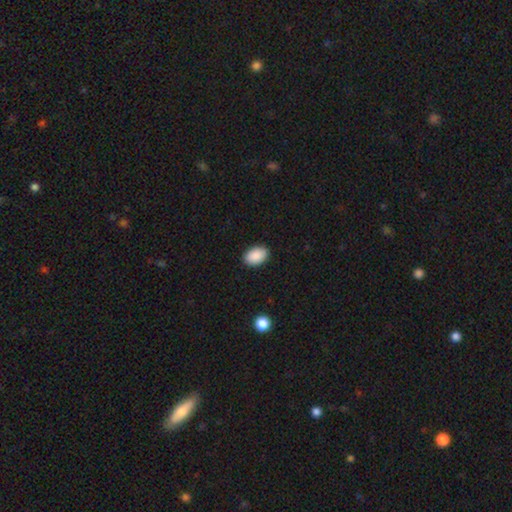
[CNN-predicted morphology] Smooth or featured? smooth (91%)
How rounded? in between (90%)
Merging? none (90%)